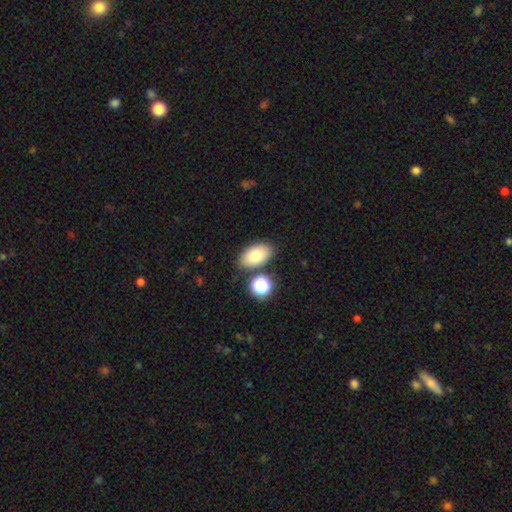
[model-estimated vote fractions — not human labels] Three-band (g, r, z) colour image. It shows a smooth galaxy with no disk features (81%) that is in between round and cigar-shaped (92%). Merging: none (79%).